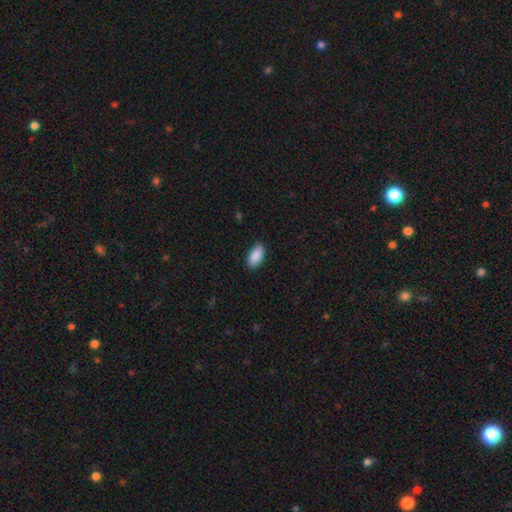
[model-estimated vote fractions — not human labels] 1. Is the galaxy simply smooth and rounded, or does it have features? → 90% smooth, 6% star or artifact, 4% featured or disk.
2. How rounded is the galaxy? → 92% in between, 5% cigar-shaped, 2% round.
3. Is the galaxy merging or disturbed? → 88% none, 9% minor disturbance, 2% major disturbance, 1% merger.